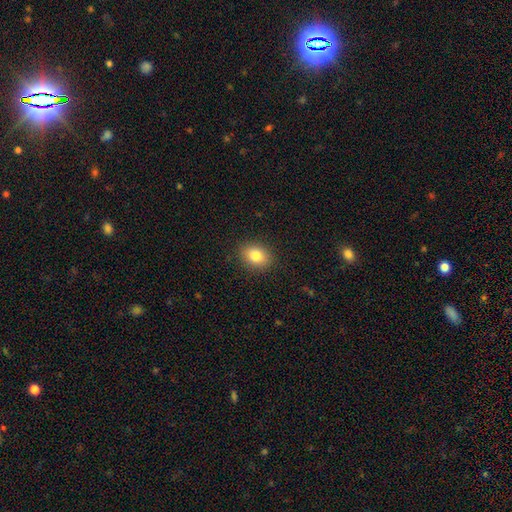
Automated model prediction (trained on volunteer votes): smooth 83%, star or artifact 9%, featured or disk 8%. Down the decision tree: how rounded — in between (63%); merging — none (89%).